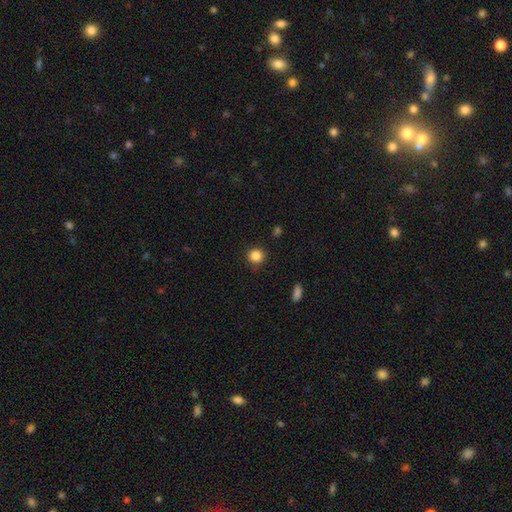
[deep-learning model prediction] Q: Smooth or featured?
A: smooth (85%); runner-up: star or artifact (11%)
Q: How rounded?
A: round (89%); runner-up: in between (10%)
Q: Merging?
A: none (85%); runner-up: minor disturbance (10%)